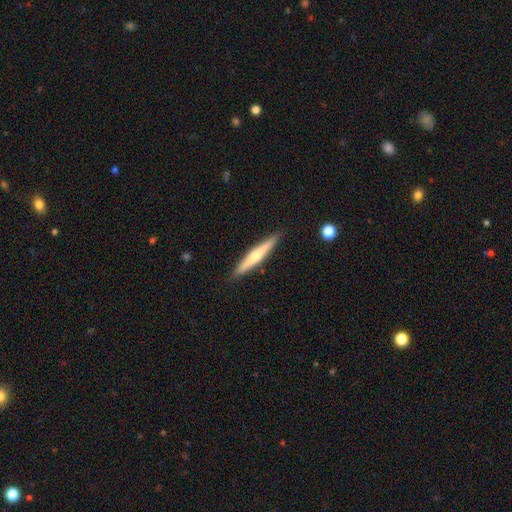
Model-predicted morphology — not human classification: Smooth or featured?
  - featured or disk: 54% *
  - smooth: 41%
  - star or artifact: 5%
Edge-on disk?
  - yes: 97% *
  - no: 3%
Edge-on bulge?
  - rounded: 75% *
  - none: 19%
  - boxy: 6%
Merging?
  - none: 90% *
  - minor disturbance: 7%
  - major disturbance: 1%
  - merger: 1%